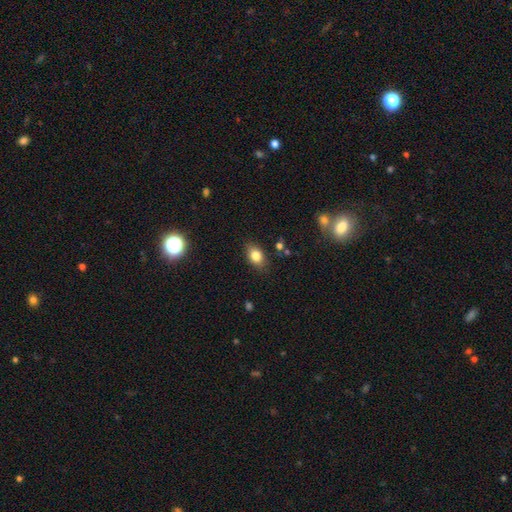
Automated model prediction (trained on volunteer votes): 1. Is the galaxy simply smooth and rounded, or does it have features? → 80% smooth, 10% star or artifact, 10% featured or disk.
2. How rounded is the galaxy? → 81% in between, 17% round, 2% cigar-shaped.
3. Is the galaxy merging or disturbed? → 83% none, 12% minor disturbance, 3% major disturbance, 2% merger.